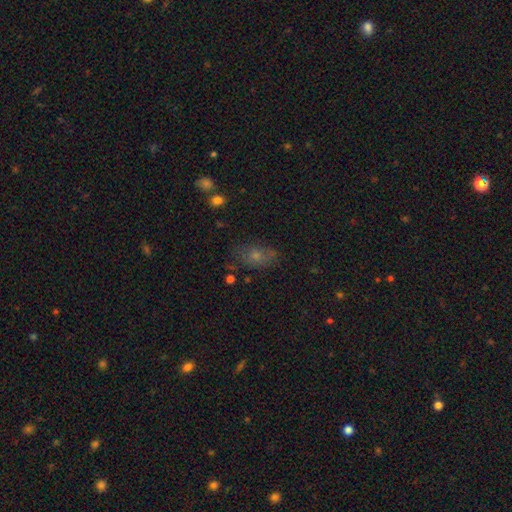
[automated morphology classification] This is possibly a smooth galaxy (51%). How rounded: likely in between (74%). Merging: likely none (70%).